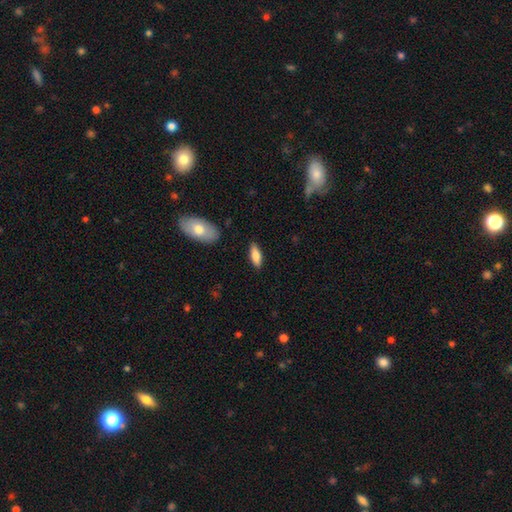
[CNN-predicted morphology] type=smooth (78%); roundness=in between (64%); merging=none (86%).